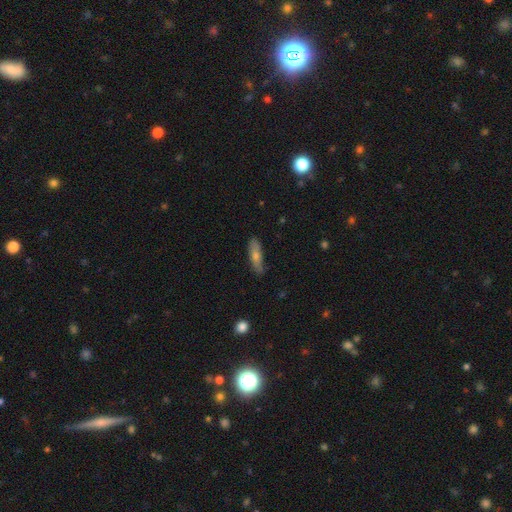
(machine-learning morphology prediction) A smooth galaxy with no disk features (58%) that is cigar-shaped (67%).

Vote fractions:
- Smooth or featured? smooth: 58% / featured or disk: 34% / star or artifact: 7%
- How rounded? cigar-shaped: 67% / in between: 30% / round: 3%
- Merging? none: 81% / minor disturbance: 15% / major disturbance: 2% / merger: 1%